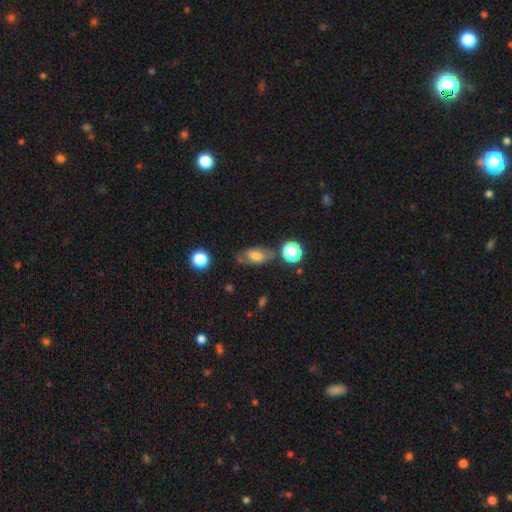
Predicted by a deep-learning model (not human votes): Smooth or featured? smooth (62%)
How rounded? in between (84%)
Merging? none (59%)